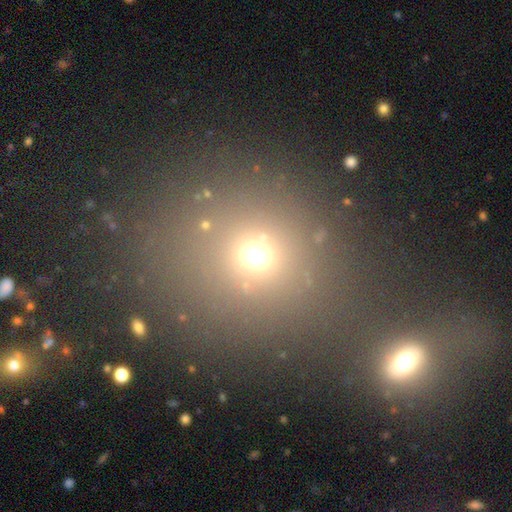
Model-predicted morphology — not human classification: A smooth galaxy with no disk features (63%) that is round (80%).

Vote fractions:
- Smooth or featured? smooth: 63% / star or artifact: 28% / featured or disk: 9%
- How rounded? round: 80% / in between: 18% / cigar-shaped: 2%
- Merging? none: 77% / minor disturbance: 10% / merger: 7% / major disturbance: 6%